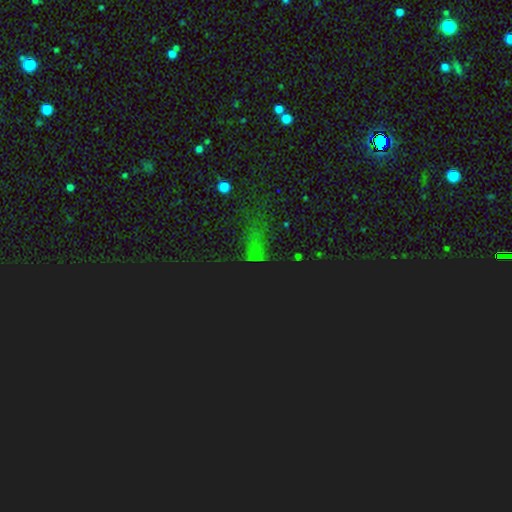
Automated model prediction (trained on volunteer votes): Smooth or featured: star or artifact — 68% (smooth — 21%)